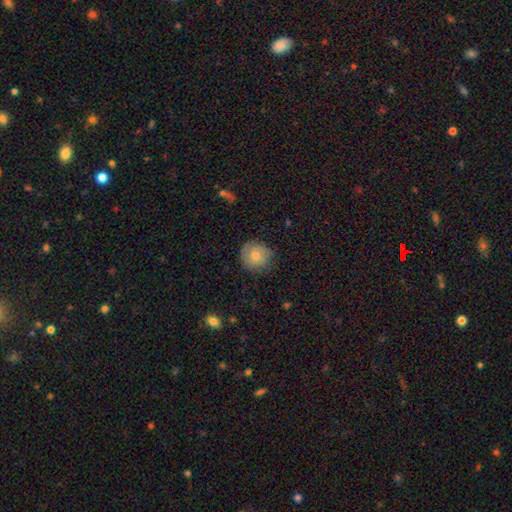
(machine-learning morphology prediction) Smooth or featured?
  - smooth: 65% *
  - featured or disk: 24%
  - star or artifact: 10%
How rounded?
  - round: 92% *
  - in between: 7%
  - cigar-shaped: 1%
Merging?
  - none: 80% *
  - minor disturbance: 15%
  - major disturbance: 3%
  - merger: 1%